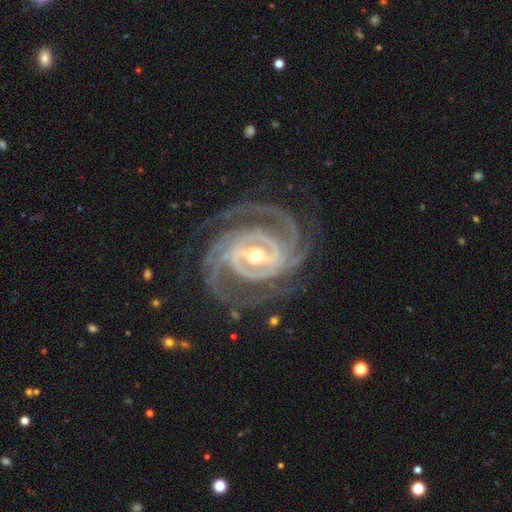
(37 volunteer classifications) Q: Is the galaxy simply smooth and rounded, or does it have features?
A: featured or disk — 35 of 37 (95%).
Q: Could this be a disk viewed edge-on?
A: no — 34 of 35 (97%).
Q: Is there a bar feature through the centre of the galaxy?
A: strong — 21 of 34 (62%).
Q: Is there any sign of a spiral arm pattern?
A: yes — 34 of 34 (100%).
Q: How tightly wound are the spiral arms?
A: tight — 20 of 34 (59%).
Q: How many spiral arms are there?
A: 4 — 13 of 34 (38%).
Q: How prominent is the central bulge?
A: moderate — 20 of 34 (59%).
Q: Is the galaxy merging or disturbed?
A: none — 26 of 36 (72%).